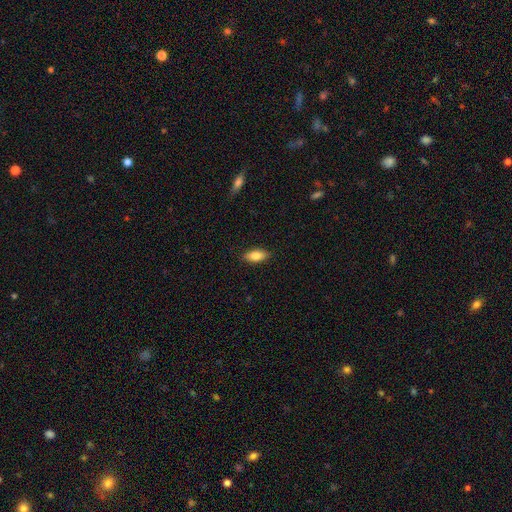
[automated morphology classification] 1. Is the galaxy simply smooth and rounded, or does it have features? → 81% smooth, 12% featured or disk, 7% star or artifact.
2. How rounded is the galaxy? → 83% in between, 14% cigar-shaped, 3% round.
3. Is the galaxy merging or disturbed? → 89% none, 8% minor disturbance, 2% major disturbance, 1% merger.